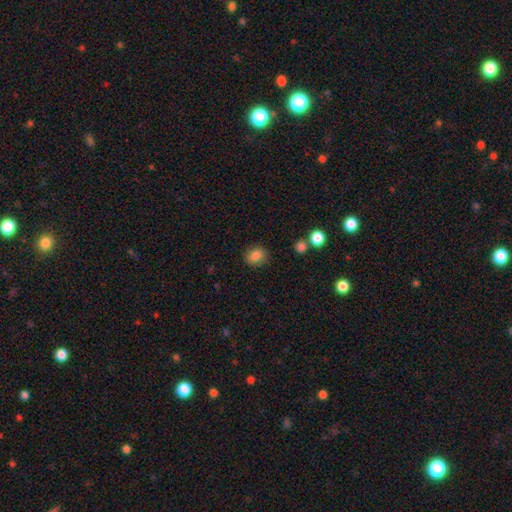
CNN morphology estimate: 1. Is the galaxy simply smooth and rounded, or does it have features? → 84% smooth, 10% star or artifact, 6% featured or disk.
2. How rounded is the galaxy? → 57% round, 42% in between, 1% cigar-shaped.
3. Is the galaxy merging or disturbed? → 84% none, 11% minor disturbance, 3% major disturbance, 2% merger.